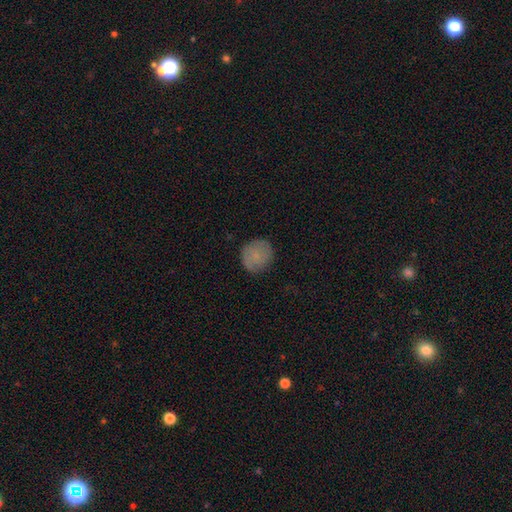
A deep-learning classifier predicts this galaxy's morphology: Q: Smooth or featured?
A: smooth (73%); runner-up: featured or disk (18%)
Q: How rounded?
A: round (85%); runner-up: in between (14%)
Q: Merging?
A: none (81%); runner-up: minor disturbance (15%)